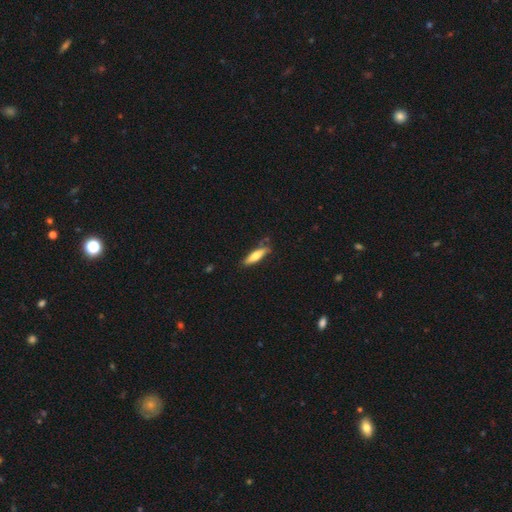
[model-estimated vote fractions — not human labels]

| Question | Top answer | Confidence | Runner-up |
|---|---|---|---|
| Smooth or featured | smooth | 68% | featured or disk (26%) |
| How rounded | cigar-shaped | 70% | in between (28%) |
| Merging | none | 78% | minor disturbance (16%) |